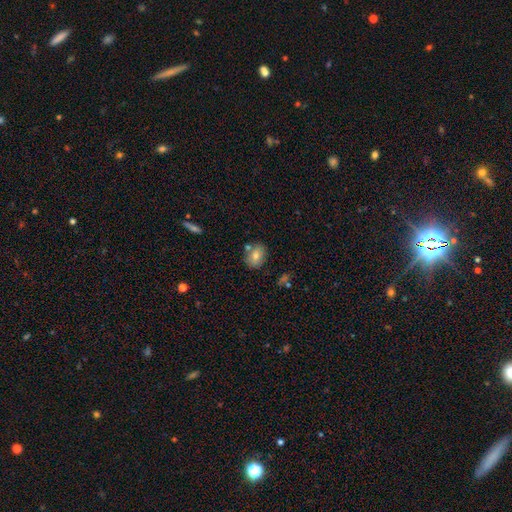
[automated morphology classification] A smooth galaxy with no disk features (73%) that is in between round and cigar-shaped (54%). Merging: none (73%).